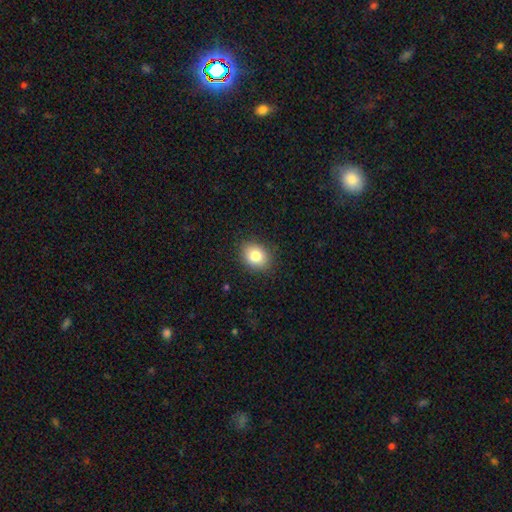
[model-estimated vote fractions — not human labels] Morphology: type=smooth (83%); roundness=in between (58%); merging=none (87%).